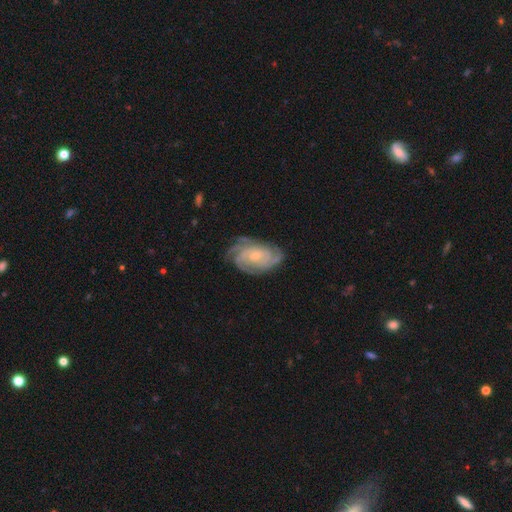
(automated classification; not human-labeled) Q: Smooth or featured?
A: featured or disk (88%); runner-up: smooth (7%)
Q: Edge-on disk?
A: no (97%); runner-up: yes (3%)
Q: Bar?
A: no (64%); runner-up: weak (29%)
Q: Spiral arms?
A: yes (98%); runner-up: no (2%)
Q: Spiral winding?
A: tight (72%); runner-up: medium (24%)
Q: Spiral arm count?
A: 4 (26%); runner-up: 3 (25%)
Q: Bulge size?
A: small (63%); runner-up: moderate (31%)
Q: Merging?
A: none (76%); runner-up: minor disturbance (17%)